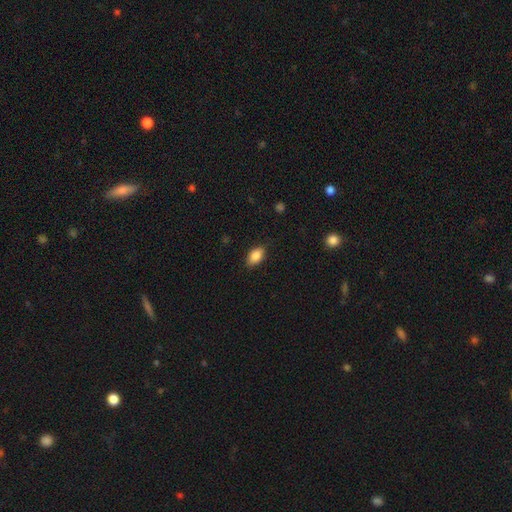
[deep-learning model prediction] Smooth or featured: smooth — 87% (star or artifact — 8%)
How rounded: in between — 89% (round — 9%)
Merging: none — 84% (minor disturbance — 13%)